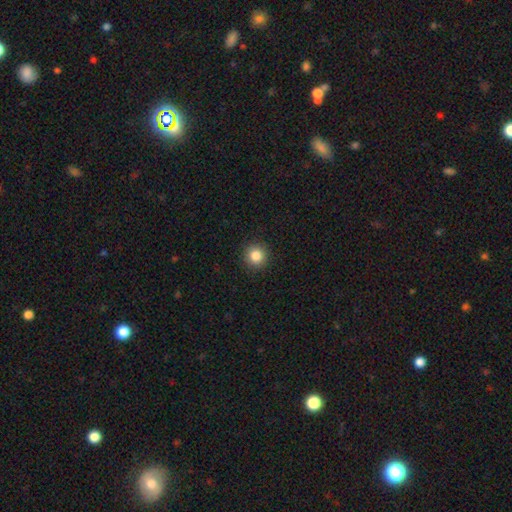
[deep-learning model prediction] Smooth or featured: smooth — 85% (star or artifact — 11%)
How rounded: round — 94% (in between — 5%)
Merging: none — 92% (minor disturbance — 5%)